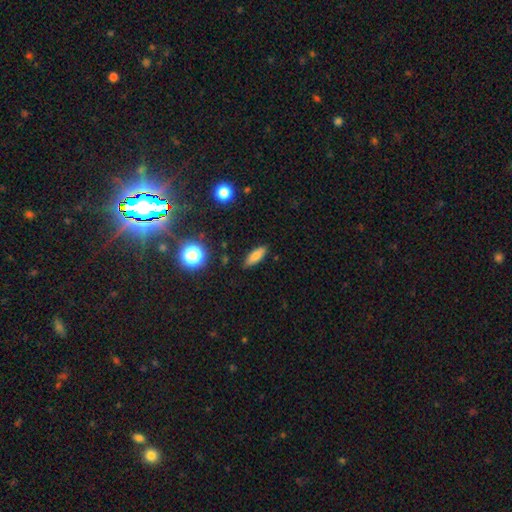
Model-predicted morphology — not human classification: This appears to be a smooth galaxy with no disk features (76%) that is in between round and cigar-shaped (62%). Merging: none (87%).